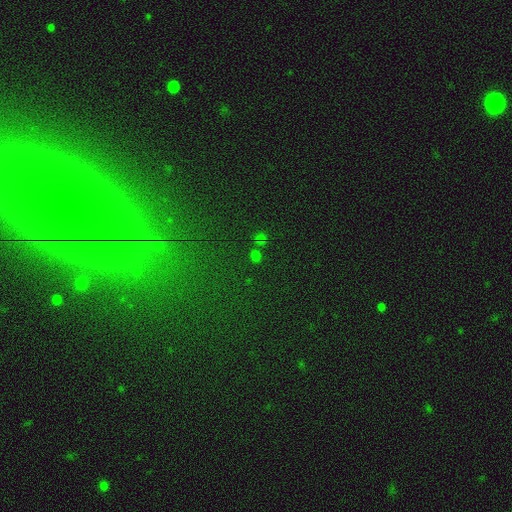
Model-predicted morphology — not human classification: smooth-or-featured: smooth: 50% | star or artifact: 43% | featured or disk: 7%
  merging: none: 69% | merger: 14% | minor disturbance: 11% | major disturbance: 5%